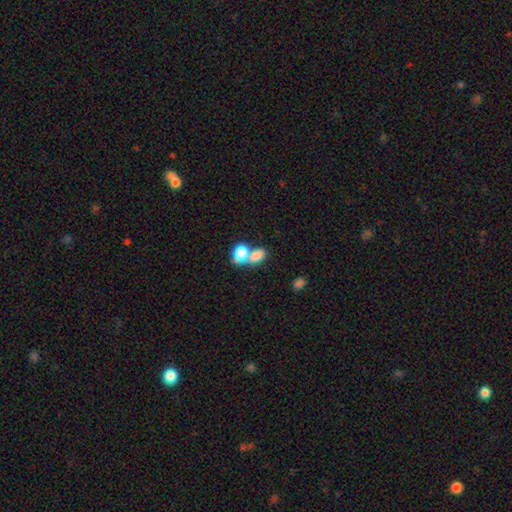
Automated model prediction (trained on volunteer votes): Morphology: type=smooth (76%); roundness=in between (74%); merging=merger (60%).